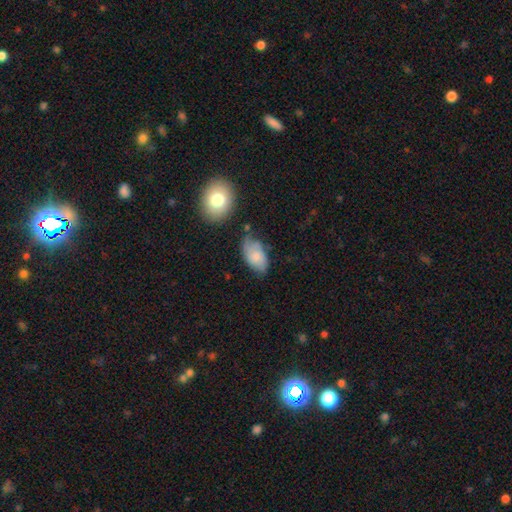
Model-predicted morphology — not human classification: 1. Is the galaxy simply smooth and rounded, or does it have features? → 67% smooth, 25% featured or disk, 8% star or artifact.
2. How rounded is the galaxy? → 93% in between, 5% round, 2% cigar-shaped.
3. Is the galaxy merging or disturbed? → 48% none, 33% minor disturbance, 12% major disturbance, 7% merger.